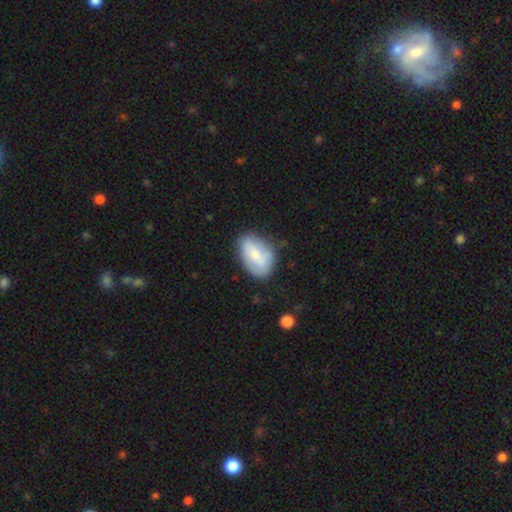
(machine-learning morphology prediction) smooth 60%, featured or disk 33%, star or artifact 7%. Down the decision tree: how rounded — in between (89%); merging — none (65%).